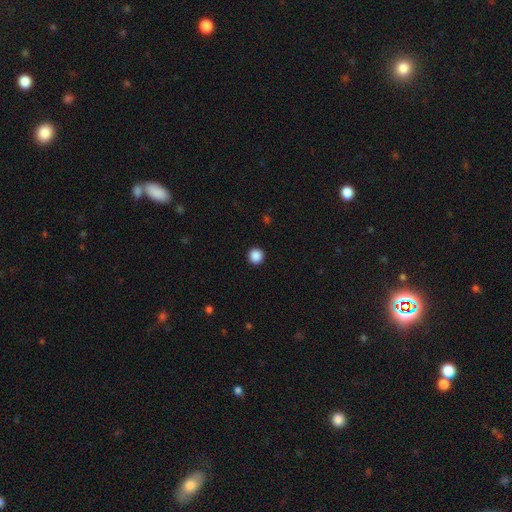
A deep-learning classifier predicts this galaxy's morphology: Smooth or featured? Predicted: smooth (p=0.88). How rounded? Predicted: round (p=0.96). Merging? Predicted: none (p=0.94).